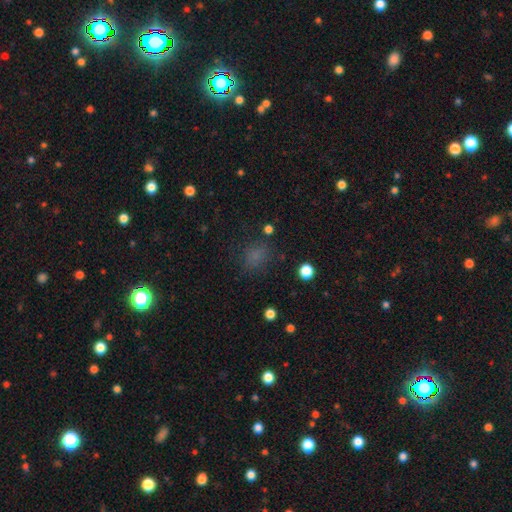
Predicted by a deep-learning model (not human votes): smooth-or-featured: smooth: 72% | star or artifact: 22% | featured or disk: 6%
  how-rounded: in between: 50% | round: 48% | cigar-shaped: 2%
  merging: none: 75% | minor disturbance: 15% | major disturbance: 7% | merger: 2%